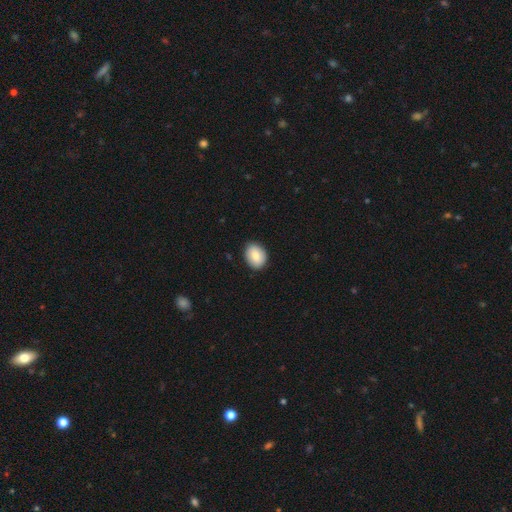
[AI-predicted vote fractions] Smooth or featured: smooth — 84% (featured or disk — 9%)
How rounded: in between — 61% (round — 38%)
Merging: none — 88% (minor disturbance — 9%)